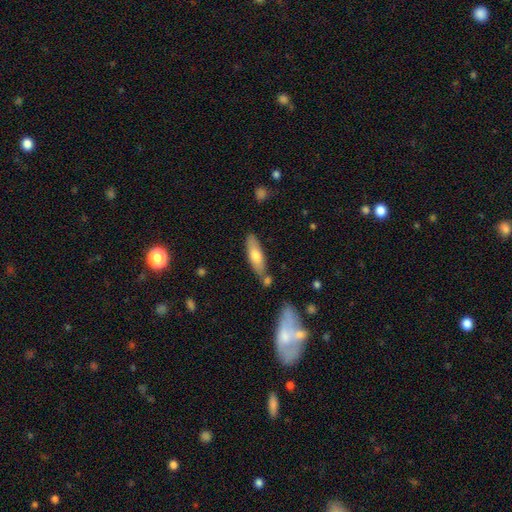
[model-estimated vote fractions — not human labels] A smooth galaxy with no disk features (66%) that is cigar-shaped (55%). Merging: none (72%).